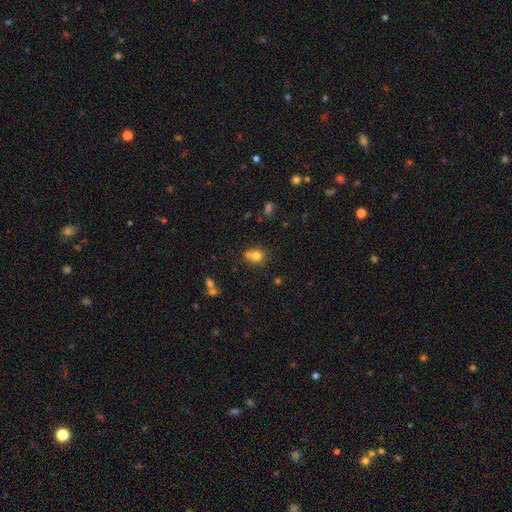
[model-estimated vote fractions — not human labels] Overall: smooth (75%). How rounded: round (67%; in between 32%). Merging: none (45%; merger 36%).